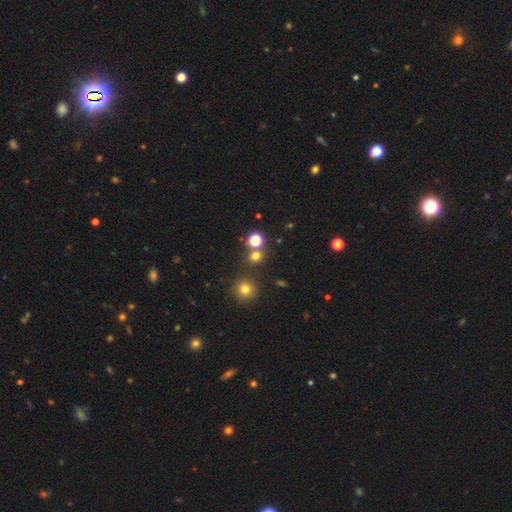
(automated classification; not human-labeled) A smooth galaxy with no disk features (70%) that is round (86%).

Vote fractions:
- Smooth or featured? smooth: 70% / star or artifact: 24% / featured or disk: 7%
- How rounded? round: 86% / in between: 13% / cigar-shaped: 1%
- Merging? none: 71% / merger: 18% / minor disturbance: 7% / major disturbance: 3%